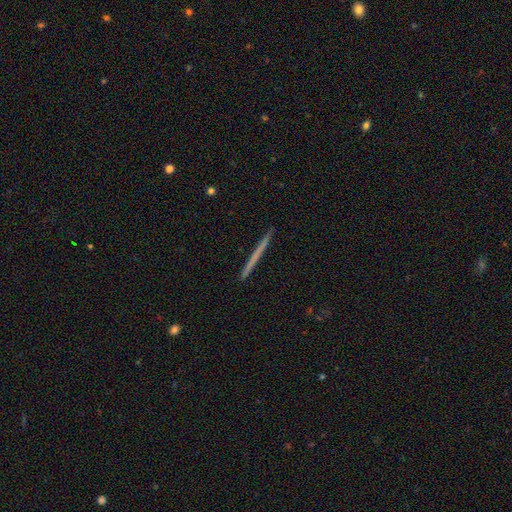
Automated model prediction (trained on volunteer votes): Smooth or featured? Predicted: smooth (p=0.48). Merging? Predicted: none (p=0.93).